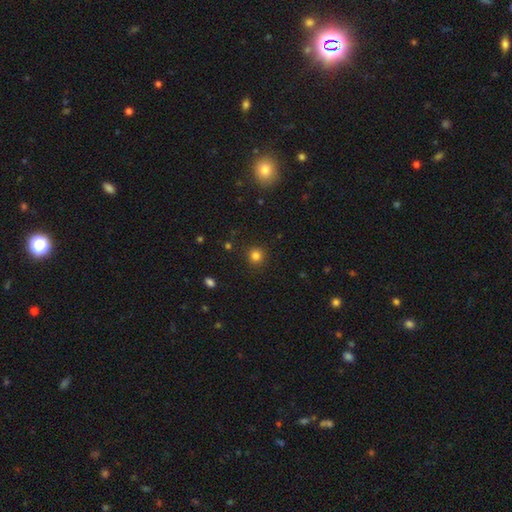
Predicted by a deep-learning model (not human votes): Smooth or featured? Predicted: smooth (p=0.82). How rounded? Predicted: round (p=0.92). Merging? Predicted: none (p=0.89).